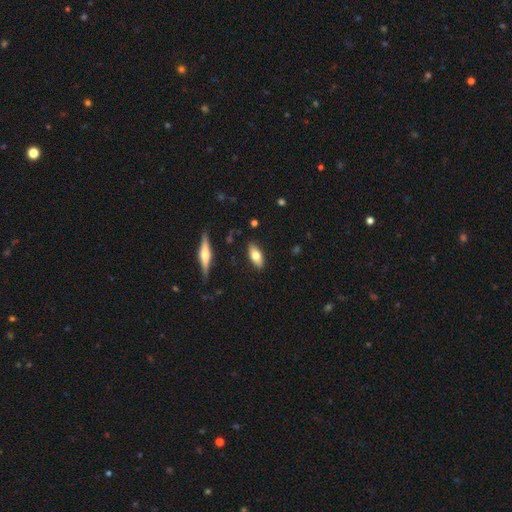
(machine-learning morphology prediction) This appears to be a smooth galaxy with no disk features (69%) that is in between round and cigar-shaped (81%). Merging: none (87%).